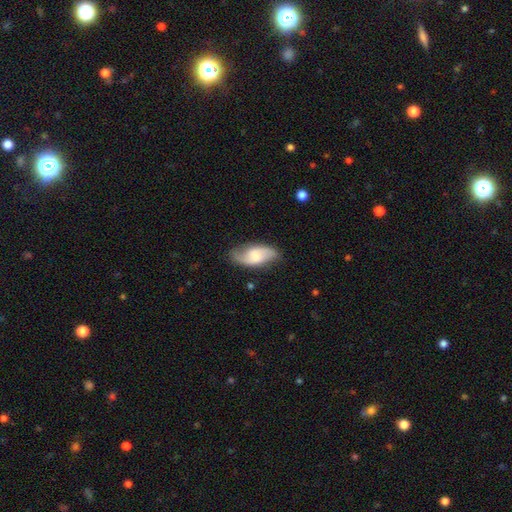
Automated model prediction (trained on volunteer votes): Smooth or featured? Predicted: featured or disk (p=0.61). Edge-on disk? Predicted: no (p=0.93). Bar? Predicted: no (p=0.48). Spiral arms? Predicted: yes (p=0.91). Spiral winding? Predicted: loose (p=0.53). Spiral arm count? Predicted: 2 (p=0.87). Bulge size? Predicted: moderate (p=0.43). Merging? Predicted: none (p=0.75).